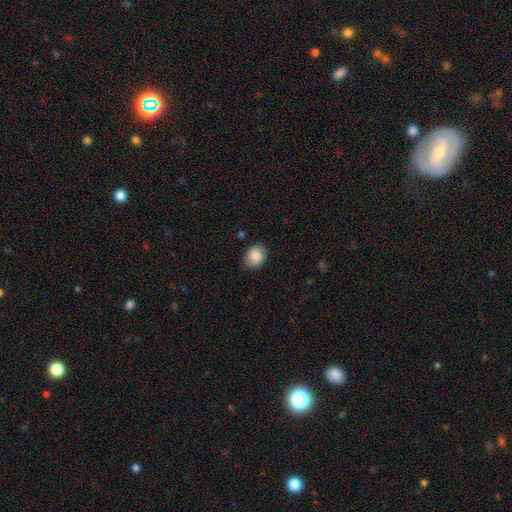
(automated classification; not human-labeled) A smooth galaxy with no disk features (82%) that is in between round and cigar-shaped (53%).

Vote fractions:
- Smooth or featured? smooth: 82% / featured or disk: 10% / star or artifact: 7%
- How rounded? in between: 53% / round: 46% / cigar-shaped: 1%
- Merging? none: 80% / minor disturbance: 16% / major disturbance: 3% / merger: 1%